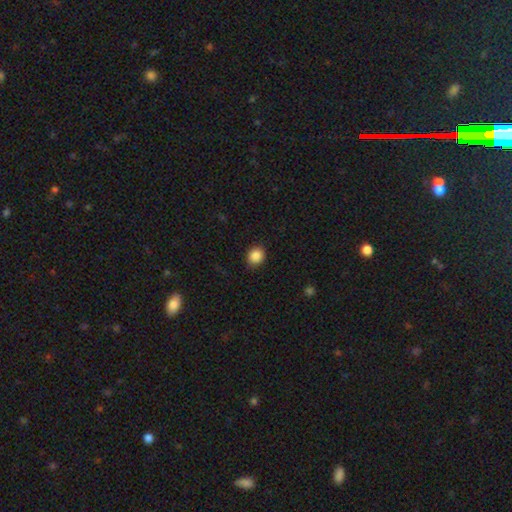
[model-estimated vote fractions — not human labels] A smooth galaxy with no disk features (87%) that is round (67%). Merging: none (85%).